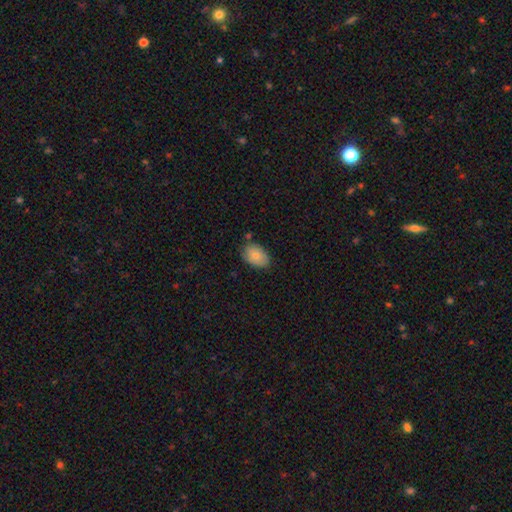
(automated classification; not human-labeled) Smooth or featured? smooth (77%)
How rounded? in between (86%)
Merging? none (74%)